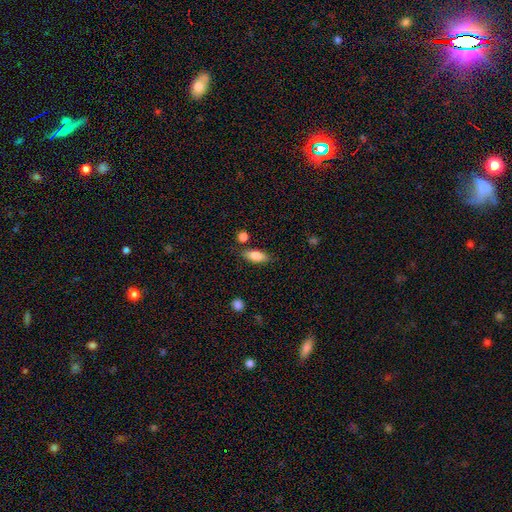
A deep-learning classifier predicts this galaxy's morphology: Smooth or featured: smooth — 82% (featured or disk — 11%)
How rounded: in between — 80% (cigar-shaped — 17%)
Merging: none — 78% (minor disturbance — 13%)